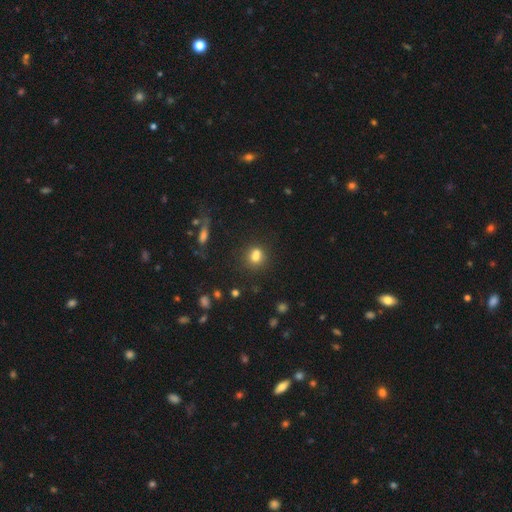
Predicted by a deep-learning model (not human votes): Smooth or featured?
  - smooth: 72% *
  - star or artifact: 15%
  - featured or disk: 13%
How rounded?
  - round: 71% *
  - in between: 28%
  - cigar-shaped: 2%
Merging?
  - none: 43% *
  - merger: 42%
  - minor disturbance: 10%
  - major disturbance: 4%